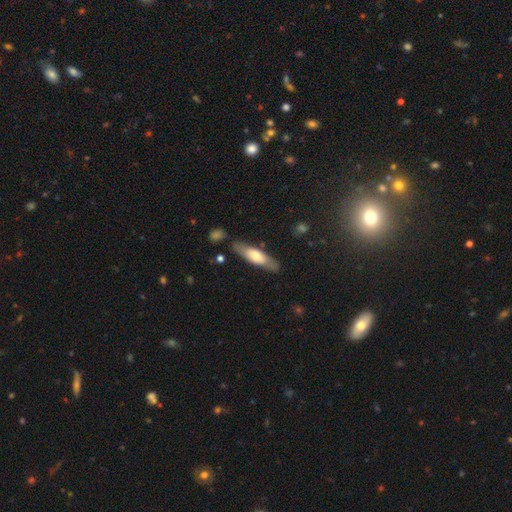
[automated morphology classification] A smooth galaxy with no disk features (55%) that is cigar-shaped (60%).

Vote fractions:
- Smooth or featured? smooth: 55% / featured or disk: 40% / star or artifact: 5%
- How rounded? cigar-shaped: 60% / in between: 38% / round: 2%
- Merging? none: 81% / minor disturbance: 13% / major disturbance: 3% / merger: 3%